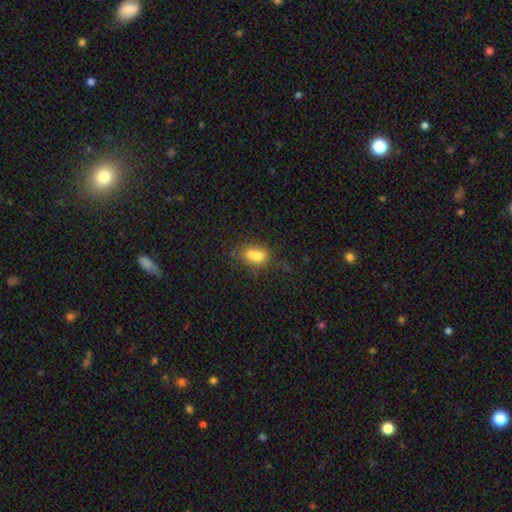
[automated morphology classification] A smooth galaxy with no disk features (67%) that is in between round and cigar-shaped (52%). Merging: merger (59%).